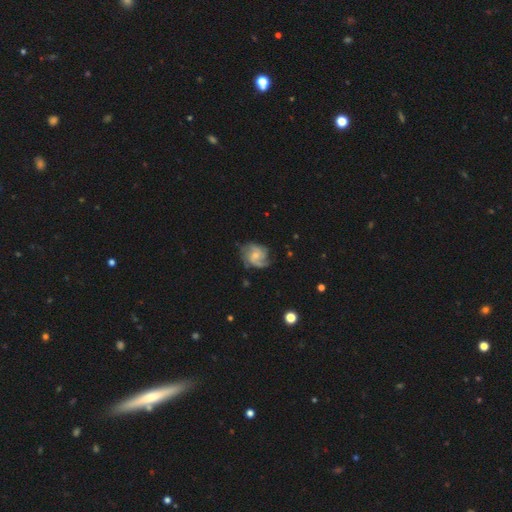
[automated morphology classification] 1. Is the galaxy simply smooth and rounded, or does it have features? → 81% featured or disk, 13% smooth, 6% star or artifact.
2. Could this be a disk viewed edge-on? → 98% no, 2% yes.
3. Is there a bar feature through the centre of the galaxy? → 62% no, 33% weak, 5% strong.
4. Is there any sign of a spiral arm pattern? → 96% yes, 4% no.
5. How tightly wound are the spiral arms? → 47% medium, 33% tight, 20% loose.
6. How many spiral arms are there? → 39% 2, 32% 3, 14% can't tell, 6% 4, 5% 1, 4% more than 4.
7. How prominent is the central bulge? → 58% small, 35% moderate, 4% none, 2% large, 1% dominant.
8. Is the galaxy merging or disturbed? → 70% none, 20% minor disturbance, 8% major disturbance, 2% merger.